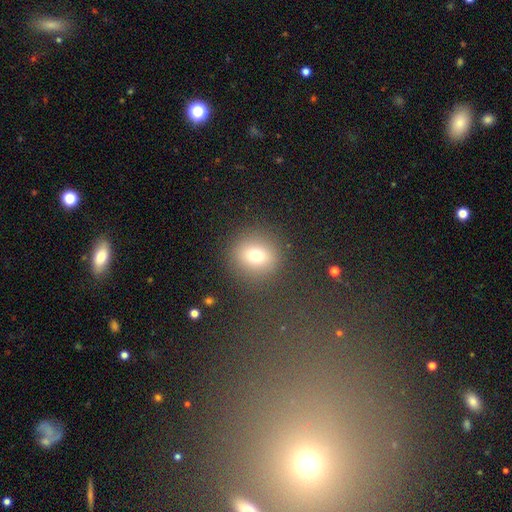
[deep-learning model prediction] Overall: smooth (73%). How rounded: round (87%). Merging: none (85%).